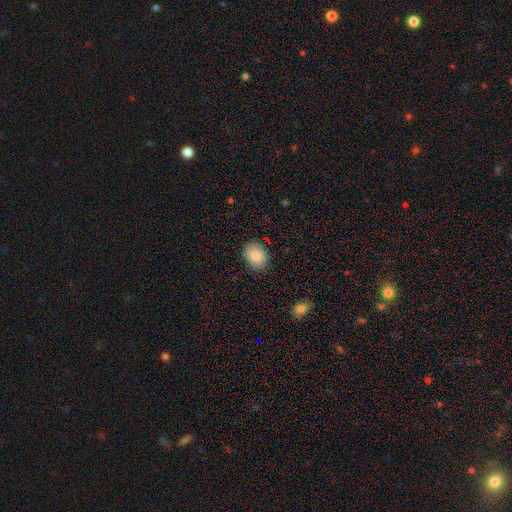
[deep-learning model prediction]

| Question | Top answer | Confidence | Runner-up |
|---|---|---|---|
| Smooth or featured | smooth | 87% | star or artifact (7%) |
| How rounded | in between | 63% | round (36%) |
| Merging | none | 86% | minor disturbance (10%) |